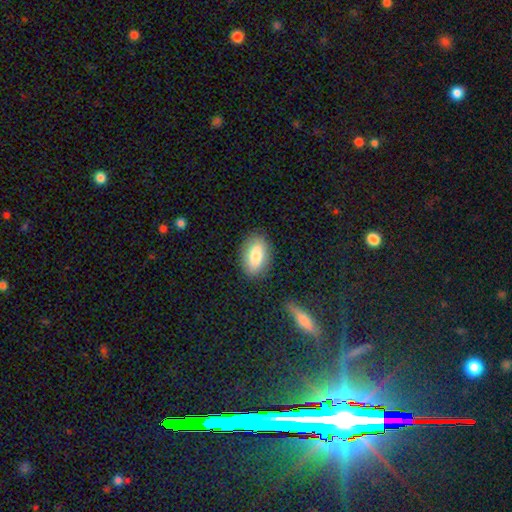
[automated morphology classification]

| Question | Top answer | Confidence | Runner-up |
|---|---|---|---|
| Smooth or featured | smooth | 82% | featured or disk (11%) |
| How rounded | in between | 91% | round (7%) |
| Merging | none | 85% | minor disturbance (10%) |